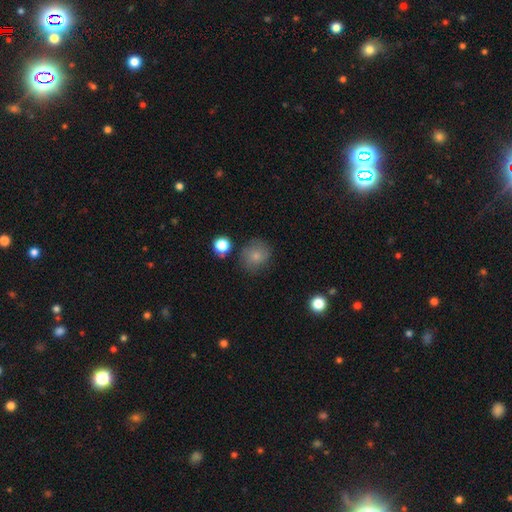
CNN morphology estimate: A smooth galaxy with no disk features (78%) that is round (82%).

Vote fractions:
- Smooth or featured? smooth: 78% / featured or disk: 12% / star or artifact: 11%
- How rounded? round: 82% / in between: 17% / cigar-shaped: 1%
- Merging? none: 72% / minor disturbance: 18% / major disturbance: 6% / merger: 4%